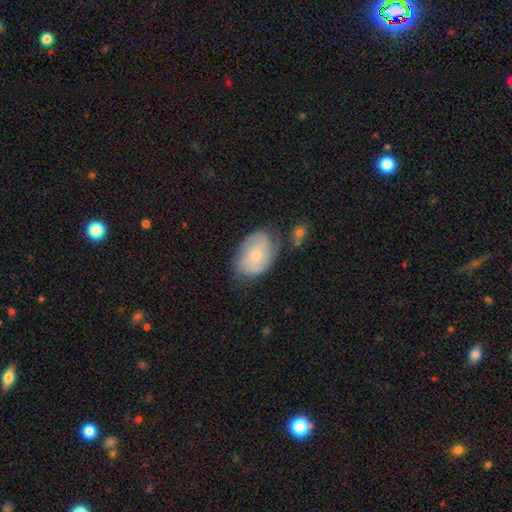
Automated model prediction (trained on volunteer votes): featured or disk 55%, smooth 38%, star or artifact 7%. Down the decision tree: edge-on disk — no (96%); bar — no (73%); spiral arms — yes (85%); bulge size — small (56%); merging — none (63%).